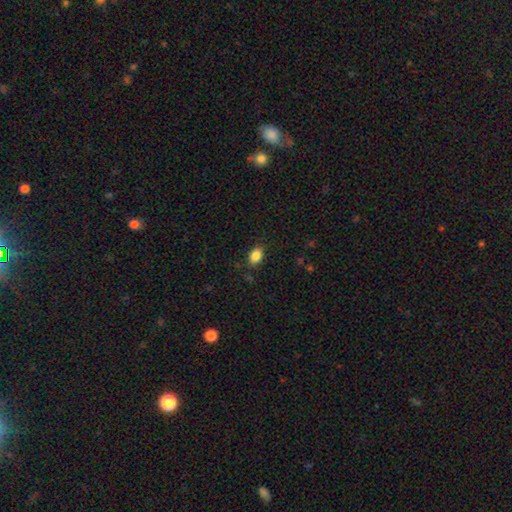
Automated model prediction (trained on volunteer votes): This appears to be a smooth galaxy with no disk features (86%) that is in between round and cigar-shaped (82%). Merging: none (83%).